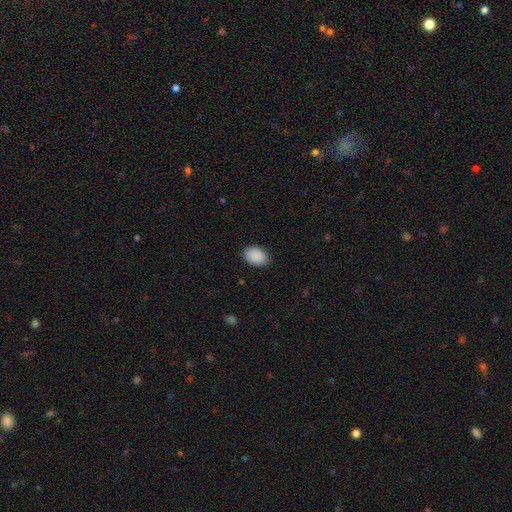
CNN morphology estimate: Overall: smooth (91%). How rounded: in between (86%). Merging: none (87%).